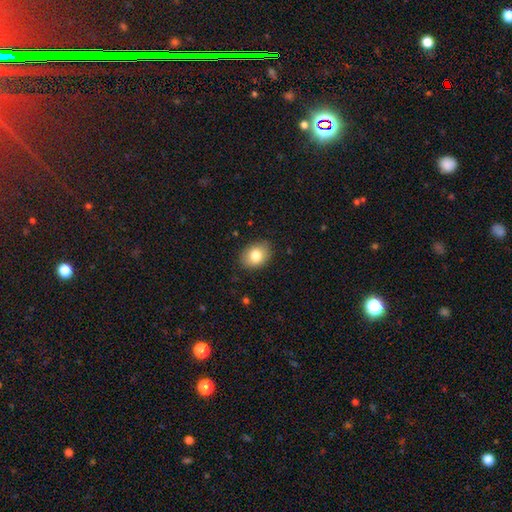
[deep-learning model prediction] A smooth galaxy with no disk features (80%) that is in between round and cigar-shaped (68%).

Vote fractions:
- Smooth or featured? smooth: 80% / featured or disk: 11% / star or artifact: 8%
- How rounded? in between: 68% / round: 31% / cigar-shaped: 1%
- Merging? none: 86% / minor disturbance: 11% / major disturbance: 2% / merger: 1%